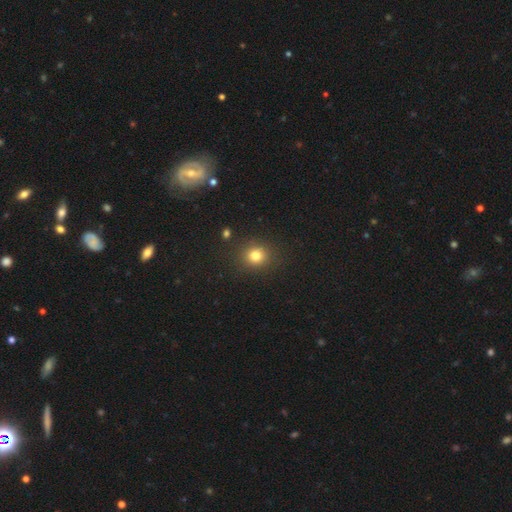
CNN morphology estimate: Smooth or featured: smooth — 80% (star or artifact — 14%)
How rounded: round — 81% (in between — 18%)
Merging: none — 87% (minor disturbance — 8%)